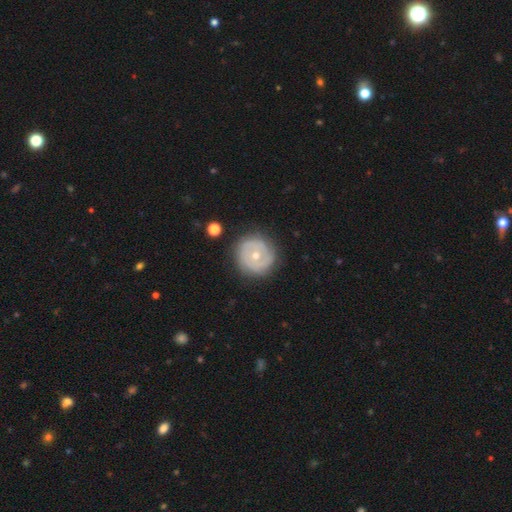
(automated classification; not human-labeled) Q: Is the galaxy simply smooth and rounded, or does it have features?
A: featured or disk — 61%.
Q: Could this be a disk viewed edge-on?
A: no — 97%.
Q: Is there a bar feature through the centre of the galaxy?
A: no — 85%.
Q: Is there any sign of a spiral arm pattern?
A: no — 55%.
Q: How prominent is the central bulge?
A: moderate — 53%.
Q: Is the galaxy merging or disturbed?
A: none — 81%.